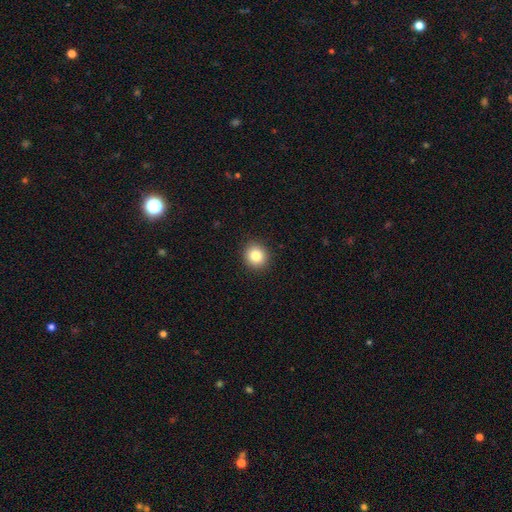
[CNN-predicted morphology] Q: Smooth or featured?
A: smooth (83%); runner-up: star or artifact (10%)
Q: How rounded?
A: round (84%); runner-up: in between (15%)
Q: Merging?
A: none (91%); runner-up: minor disturbance (6%)